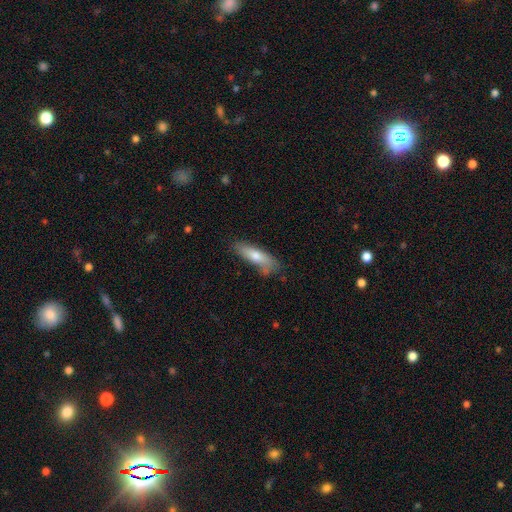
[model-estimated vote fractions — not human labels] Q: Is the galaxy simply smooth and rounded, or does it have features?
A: smooth — 67%.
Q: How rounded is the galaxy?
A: cigar-shaped — 65%.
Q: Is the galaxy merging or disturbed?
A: none — 70%.